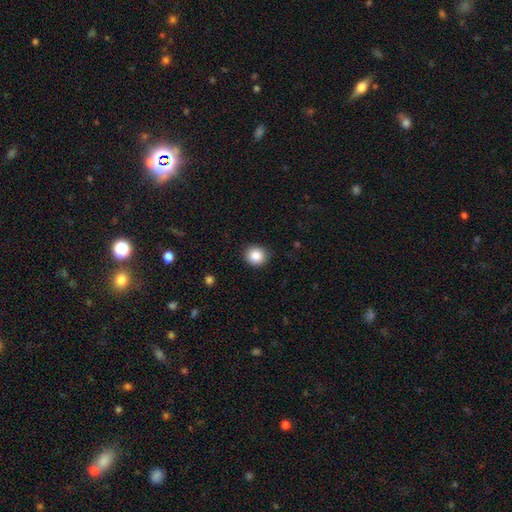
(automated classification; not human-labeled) Smooth or featured: smooth — 87% (star or artifact — 9%)
How rounded: round — 88% (in between — 11%)
Merging: none — 89% (minor disturbance — 8%)